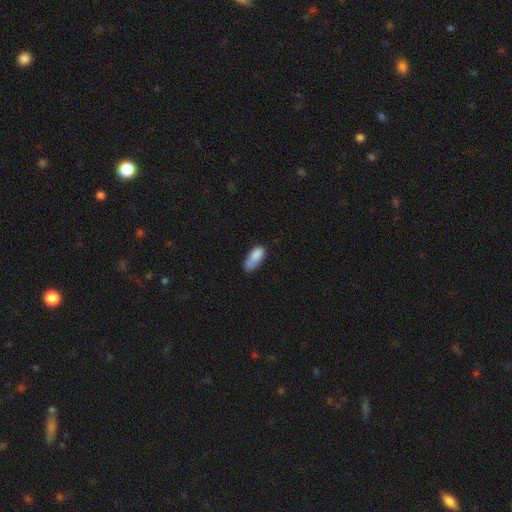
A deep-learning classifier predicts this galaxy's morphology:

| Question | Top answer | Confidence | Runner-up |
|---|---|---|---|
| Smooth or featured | smooth | 80% | featured or disk (11%) |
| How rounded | in between | 81% | cigar-shaped (16%) |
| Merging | none | 40% | minor disturbance (35%) |